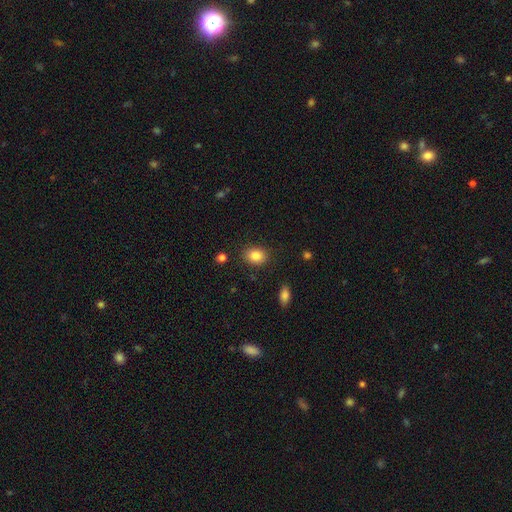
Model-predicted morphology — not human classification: Smooth or featured? Predicted: smooth (p=0.85). How rounded? Predicted: in between (p=0.64). Merging? Predicted: none (p=0.86).